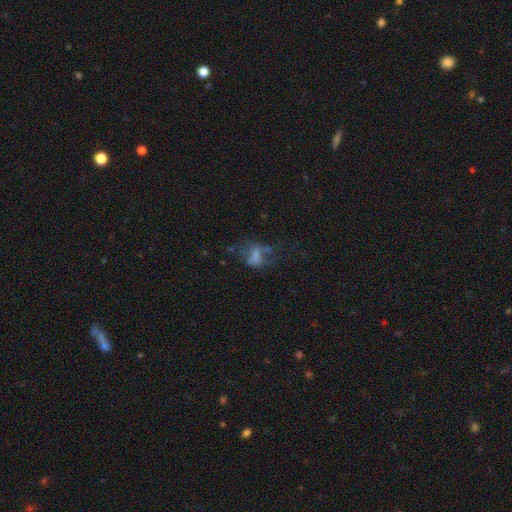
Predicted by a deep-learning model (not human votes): Smooth or featured? smooth (45%)
Merging? major disturbance (39%)